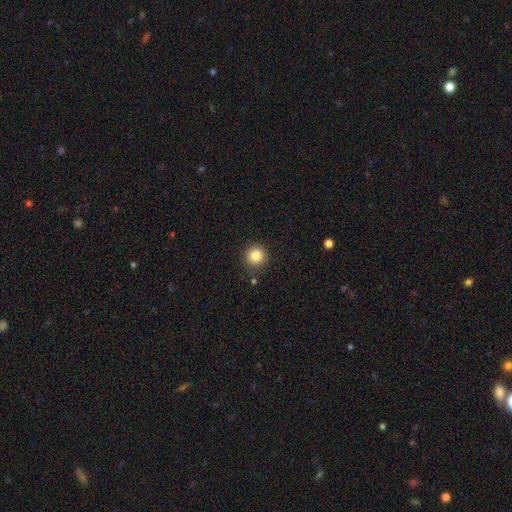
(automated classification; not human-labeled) Morphology: type=smooth (84%); roundness=round (95%); merging=none (87%).